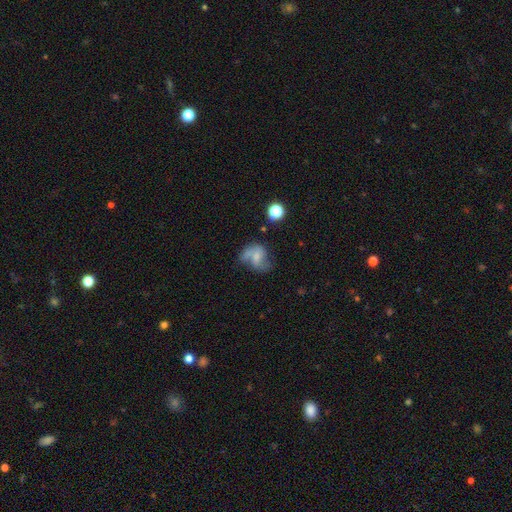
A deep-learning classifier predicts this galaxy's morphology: Smooth or featured?
  - featured or disk: 52% *
  - smooth: 37%
  - star or artifact: 11%
Edge-on disk?
  - no: 97% *
  - yes: 3%
Bar?
  - no: 54% *
  - weak: 36%
  - strong: 10%
Spiral arms?
  - yes: 72% *
  - no: 28%
Bulge size?
  - small: 36% *
  - none: 34%
  - moderate: 24%
  - large: 5%
  - dominant: 2%
Merging?
  - none: 38% *
  - major disturbance: 27%
  - minor disturbance: 25%
  - merger: 11%